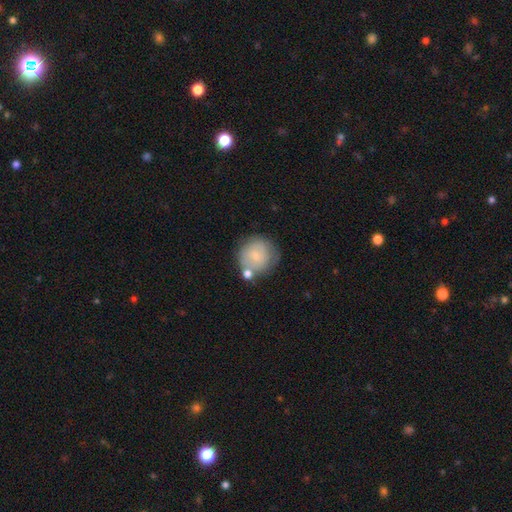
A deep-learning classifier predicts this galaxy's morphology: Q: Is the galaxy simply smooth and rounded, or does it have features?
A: smooth — 64%.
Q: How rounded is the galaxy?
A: round — 88%.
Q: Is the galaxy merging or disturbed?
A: none — 54%.